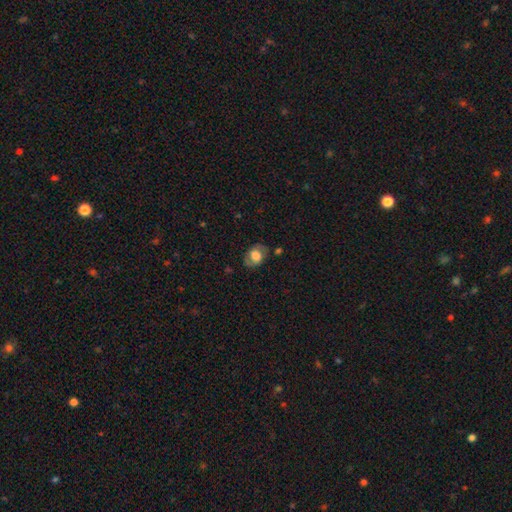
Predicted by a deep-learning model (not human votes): smooth 59%, featured or disk 33%, star or artifact 8%. Down the decision tree: how rounded — in between (68%); merging — none (68%).